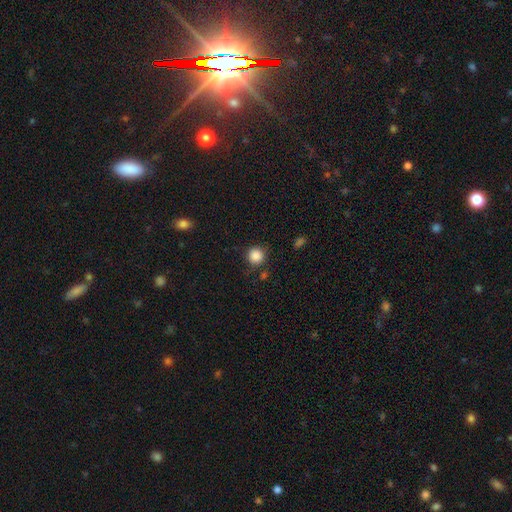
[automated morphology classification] smooth 86%, star or artifact 10%, featured or disk 4%. Down the decision tree: how rounded — round (94%); merging — none (85%).